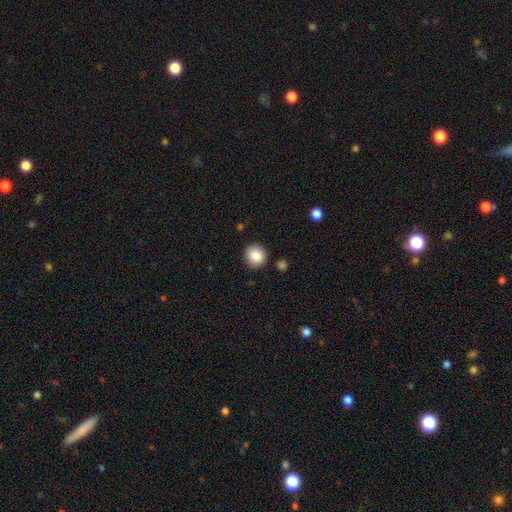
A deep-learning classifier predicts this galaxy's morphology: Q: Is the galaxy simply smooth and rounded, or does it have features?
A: smooth — 86%.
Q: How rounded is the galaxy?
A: round — 89%.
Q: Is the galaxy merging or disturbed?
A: none — 89%.